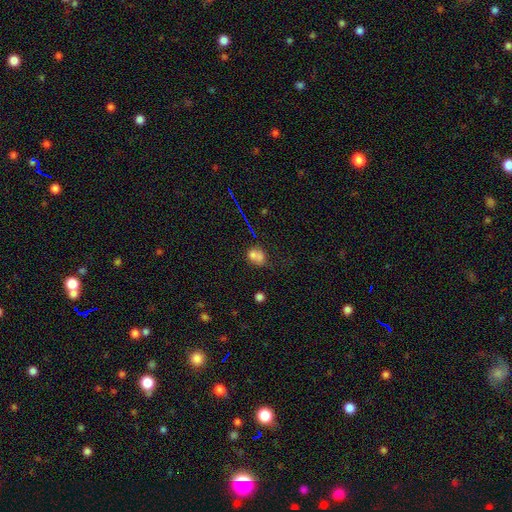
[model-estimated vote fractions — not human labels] Smooth or featured?
  - smooth: 68% *
  - featured or disk: 18%
  - star or artifact: 14%
How rounded?
  - round: 58% *
  - in between: 41%
  - cigar-shaped: 2%
Merging?
  - merger: 48% *
  - none: 33%
  - minor disturbance: 13%
  - major disturbance: 6%